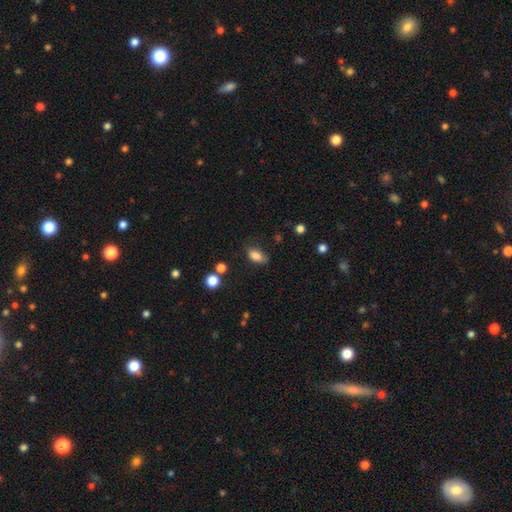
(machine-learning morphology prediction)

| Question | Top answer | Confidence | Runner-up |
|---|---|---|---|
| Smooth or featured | smooth | 84% | star or artifact (9%) |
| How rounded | in between | 88% | round (8%) |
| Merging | none | 67% | minor disturbance (24%) |